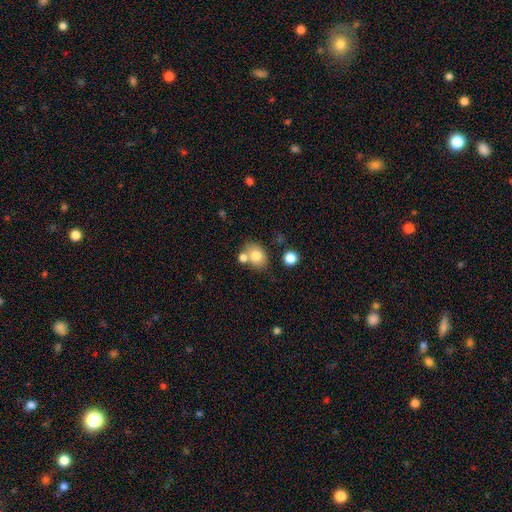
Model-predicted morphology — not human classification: Overall: smooth (79%). How rounded: in between (51%; round 48%). Merging: none (59%; merger 24%).